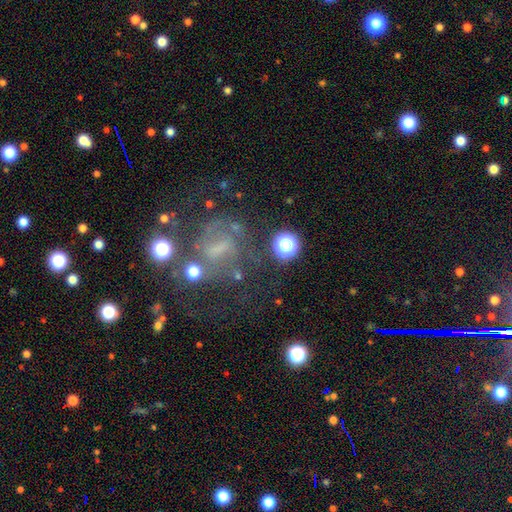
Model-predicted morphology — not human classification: Smooth or featured? Predicted: featured or disk (p=0.54). Edge-on disk? Predicted: no (p=0.95). Bar? Predicted: weak (p=0.40). Spiral arms? Predicted: yes (p=0.62). Bulge size? Predicted: none (p=0.45). Merging? Predicted: none (p=0.49).